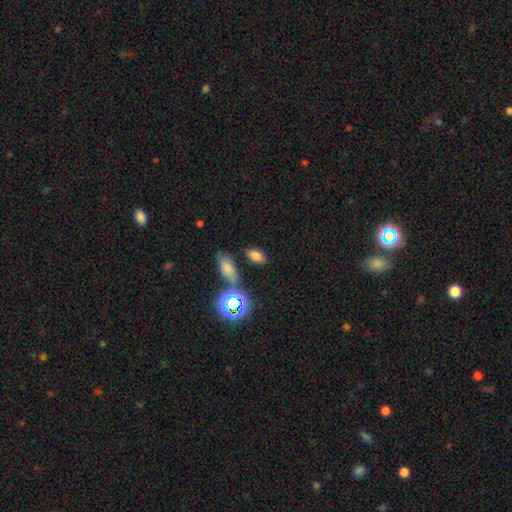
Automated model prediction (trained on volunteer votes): smooth_or_featured: smooth (p=0.75) [alt: star or artifact p=0.17]
how_rounded: in between (p=0.89) [alt: round p=0.06]
merging: none (p=0.79) [alt: minor disturbance p=0.12]